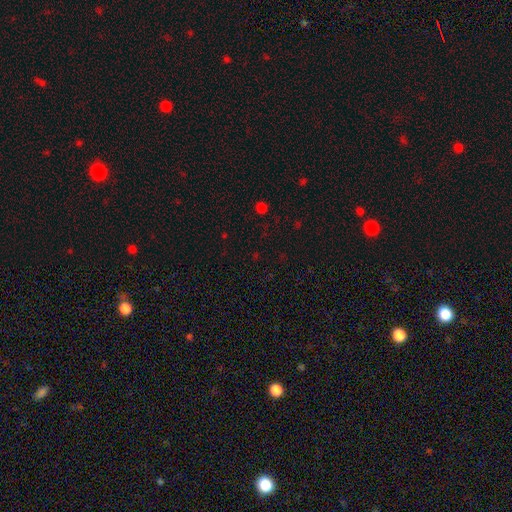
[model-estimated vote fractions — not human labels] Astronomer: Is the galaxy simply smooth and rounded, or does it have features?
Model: star or artifact — 62%.